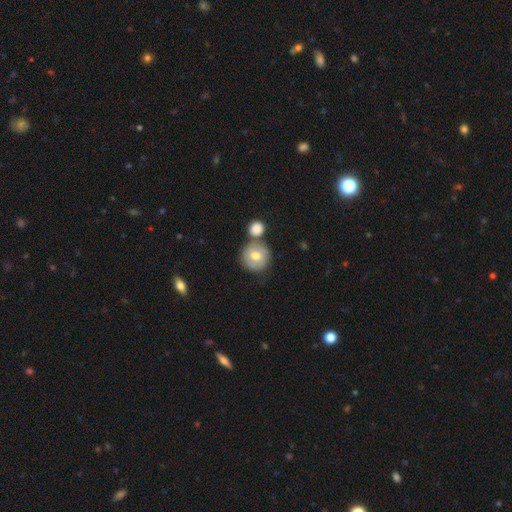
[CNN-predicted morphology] Q: Smooth or featured?
A: smooth (63%); runner-up: featured or disk (31%)
Q: How rounded?
A: round (91%); runner-up: in between (8%)
Q: Merging?
A: none (62%); runner-up: merger (22%)